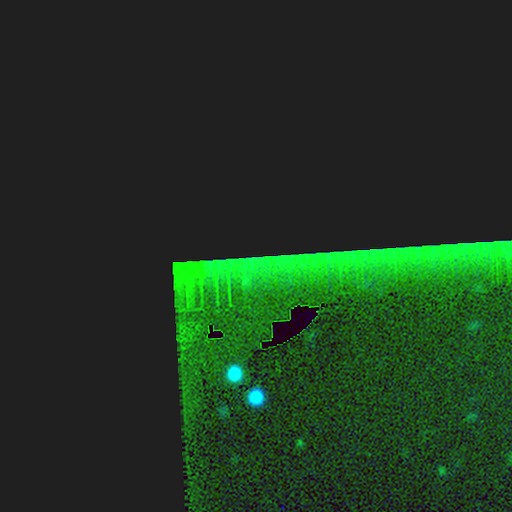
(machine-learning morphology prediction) Smooth or featured? star or artifact (88%)